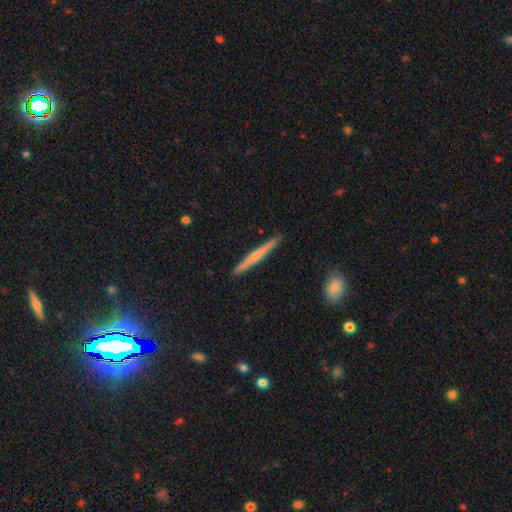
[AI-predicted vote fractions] A featured or disk galaxy (49%).

Vote fractions:
- Smooth or featured? featured or disk: 49% / smooth: 45% / star or artifact: 6%
- Merging? none: 92% / minor disturbance: 6% / merger: 1% / major disturbance: 1%